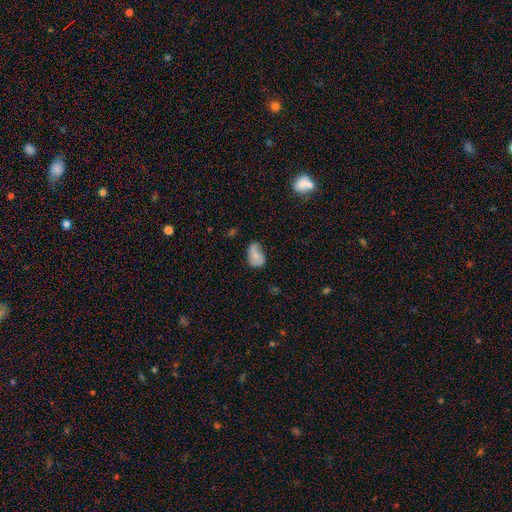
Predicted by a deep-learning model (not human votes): smooth_or_featured: smooth (p=0.52) [alt: featured or disk p=0.40]
how_rounded: in between (p=0.83) [alt: round p=0.16]
merging: none (p=0.46) [alt: minor disturbance p=0.36]